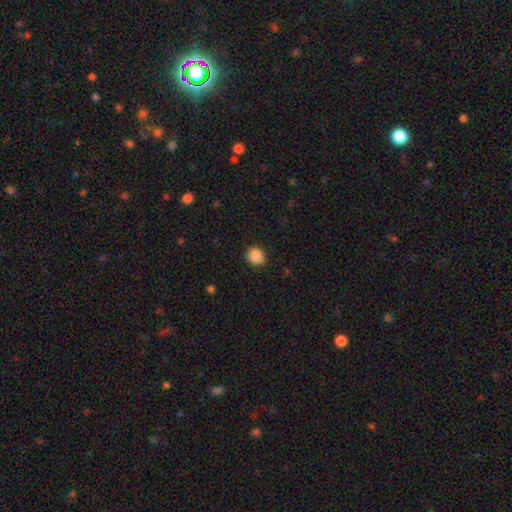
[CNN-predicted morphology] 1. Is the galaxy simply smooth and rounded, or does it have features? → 87% smooth, 9% star or artifact, 4% featured or disk.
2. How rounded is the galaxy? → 82% round, 18% in between, 1% cigar-shaped.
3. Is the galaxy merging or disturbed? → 85% none, 12% minor disturbance, 3% major disturbance, 1% merger.